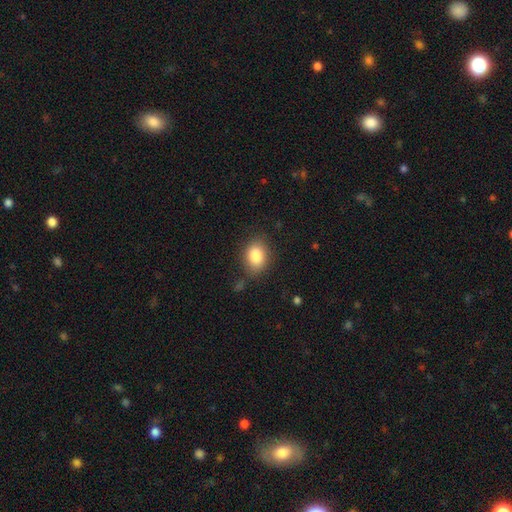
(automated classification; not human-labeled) The model was most divided on "how rounded": in between: 67%, round: 31%, cigar-shaped: 1%. More confident: smooth or featured — smooth (85%); merging — none (79%).